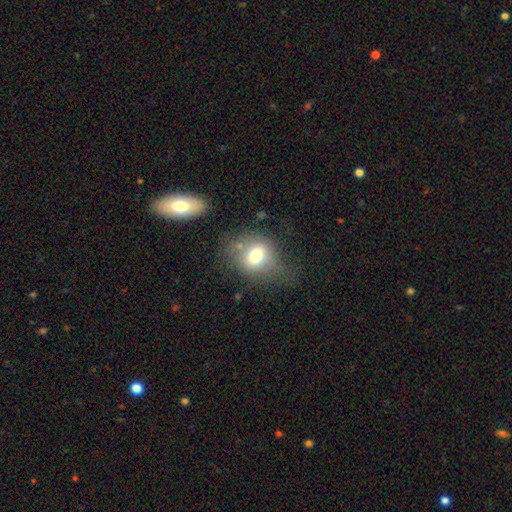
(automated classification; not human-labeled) Morphology: type=smooth (69%); roundness=round (58%); merging=none (50%).